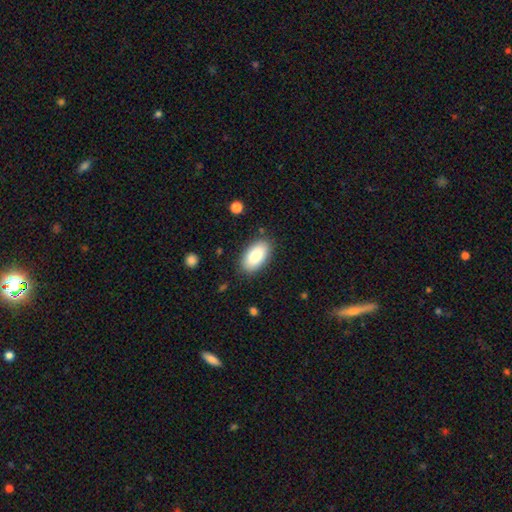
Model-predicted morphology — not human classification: This appears to be a smooth galaxy with no disk features (87%) that is in between round and cigar-shaped (95%). Merging: none (85%).